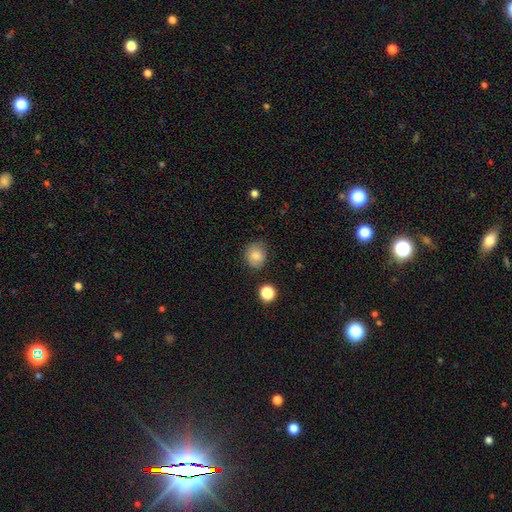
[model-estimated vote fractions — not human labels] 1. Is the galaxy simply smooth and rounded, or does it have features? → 79% smooth, 10% featured or disk, 10% star or artifact.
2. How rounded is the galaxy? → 73% round, 26% in between, 1% cigar-shaped.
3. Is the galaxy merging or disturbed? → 81% none, 14% minor disturbance, 3% major disturbance, 2% merger.